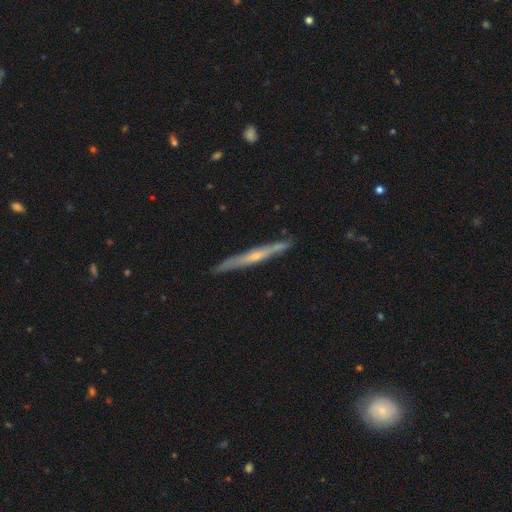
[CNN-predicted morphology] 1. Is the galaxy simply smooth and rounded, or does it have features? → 70% featured or disk, 24% smooth, 6% star or artifact.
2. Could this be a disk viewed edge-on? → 95% yes, 5% no.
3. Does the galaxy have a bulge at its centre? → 63% rounded, 33% none, 4% boxy.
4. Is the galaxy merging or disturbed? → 86% none, 11% minor disturbance, 2% major disturbance, 1% merger.